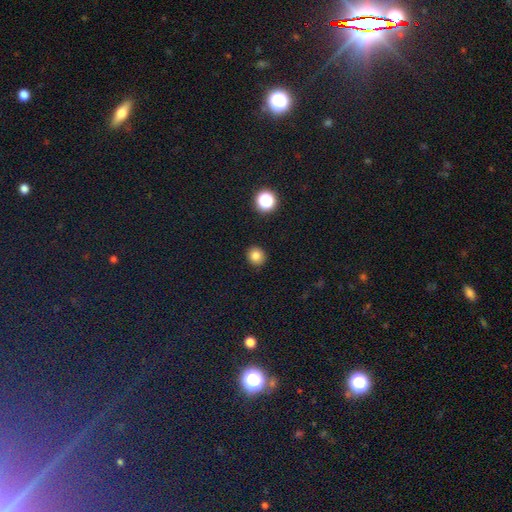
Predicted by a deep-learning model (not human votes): smooth_or_featured: smooth (p=0.82) [alt: star or artifact p=0.13]
how_rounded: round (p=0.89) [alt: in between p=0.10]
merging: none (p=0.91) [alt: minor disturbance p=0.06]